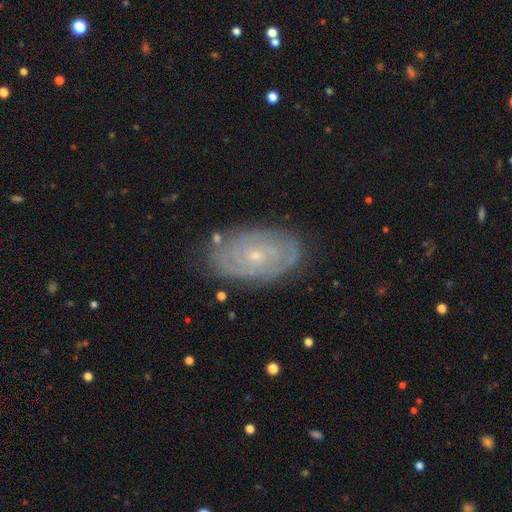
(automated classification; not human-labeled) This appears to be a featured or disk galaxy (75%) with no bar (78%), tight (74%) spiral arms (83%) and a small central bulge (76%). Merging: none (79%).